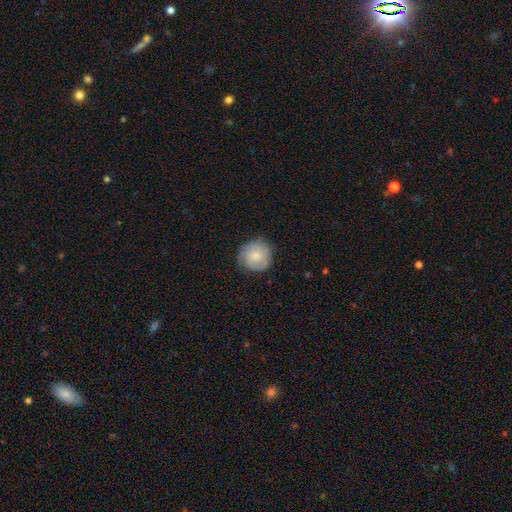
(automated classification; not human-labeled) Smooth or featured: smooth — 61% (featured or disk — 32%)
How rounded: round — 90% (in between — 9%)
Merging: none — 76% (minor disturbance — 18%)